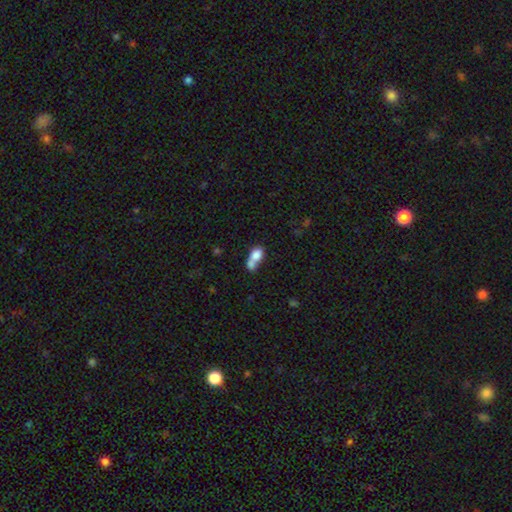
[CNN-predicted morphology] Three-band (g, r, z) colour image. It shows a smooth galaxy with no disk features (76%) that is in between round and cigar-shaped (67%). Merging: merger (70%).